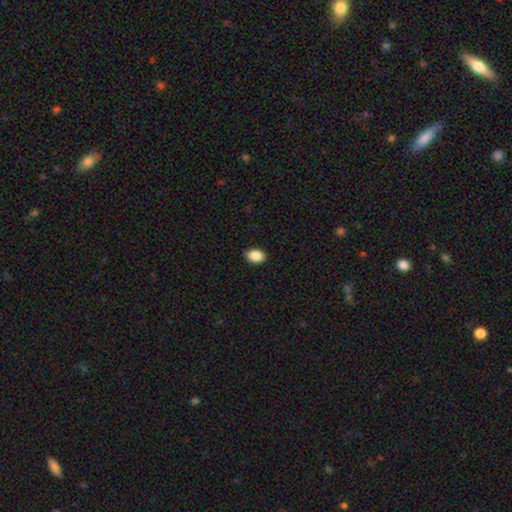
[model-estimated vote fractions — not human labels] smooth-or-featured: smooth: 89% | star or artifact: 8% | featured or disk: 4%
  how-rounded: in between: 84% | round: 15% | cigar-shaped: 1%
  merging: none: 88% | minor disturbance: 9% | major disturbance: 2% | merger: 1%